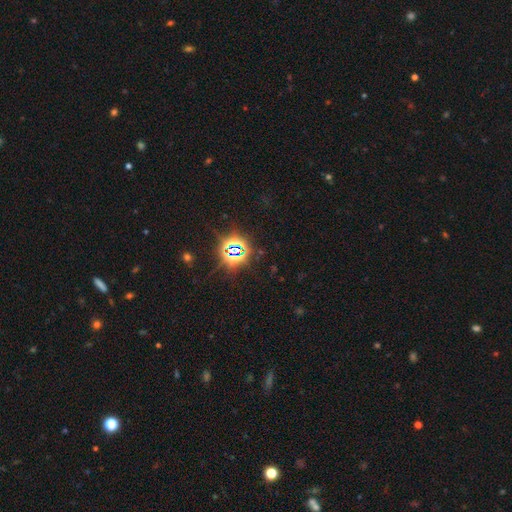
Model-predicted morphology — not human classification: star or artifact 79%, smooth 13%, featured or disk 8%.